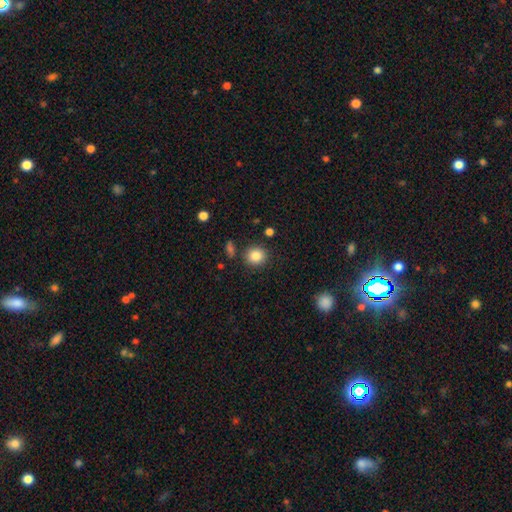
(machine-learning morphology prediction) type=smooth (85%); roundness=round (88%); merging=none (86%).